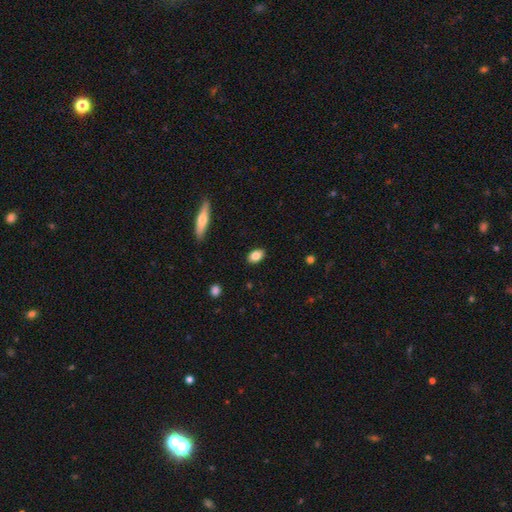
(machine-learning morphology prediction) Smooth or featured?
  - smooth: 83% *
  - featured or disk: 9%
  - star or artifact: 8%
How rounded?
  - in between: 88% *
  - round: 9%
  - cigar-shaped: 3%
Merging?
  - none: 88% *
  - minor disturbance: 9%
  - major disturbance: 2%
  - merger: 1%